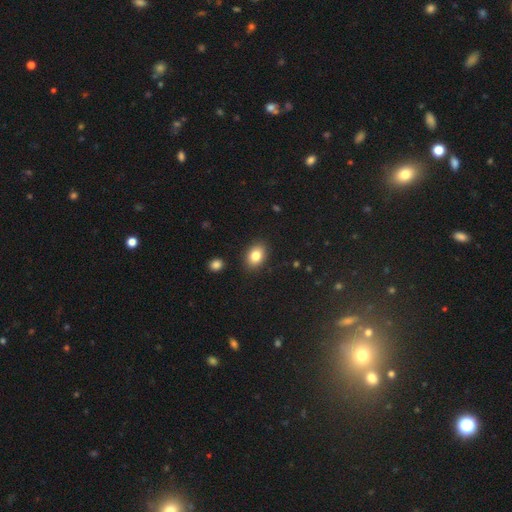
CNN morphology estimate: This appears to be a smooth galaxy with no disk features (83%) that is in between round and cigar-shaped (74%). Merging: none (88%).